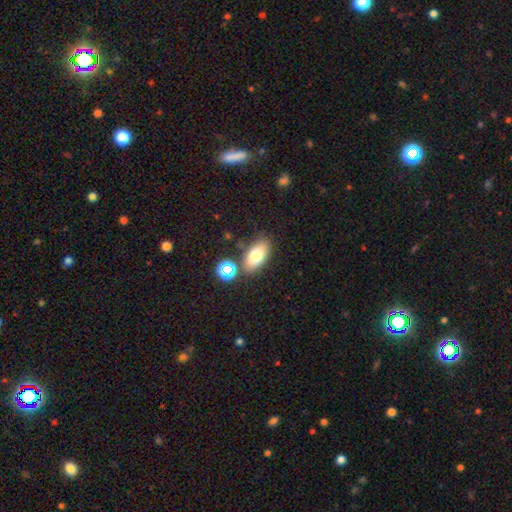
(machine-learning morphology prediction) Smooth or featured? smooth (76%)
How rounded? in between (89%)
Merging? none (76%)